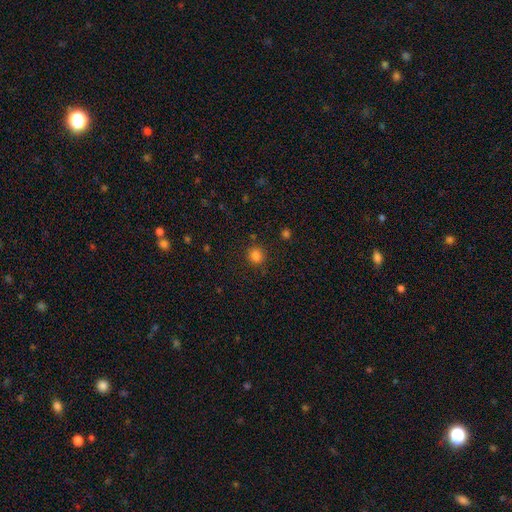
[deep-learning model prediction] smooth-or-featured: smooth: 82% | star or artifact: 13% | featured or disk: 4%
  how-rounded: round: 84% | in between: 16% | cigar-shaped: 1%
  merging: none: 87% | minor disturbance: 8% | major disturbance: 3% | merger: 2%